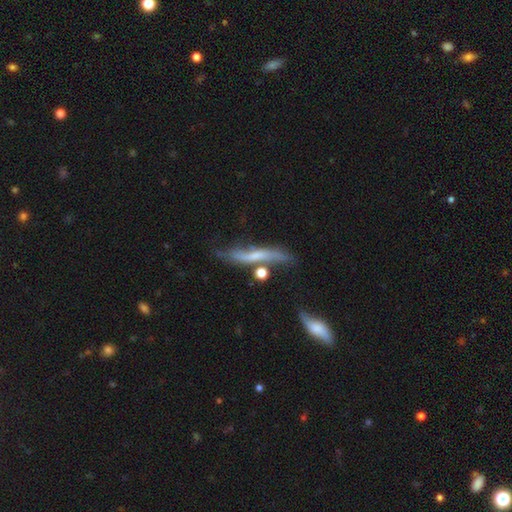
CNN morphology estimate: A featured or disk galaxy (59%) viewed edge-on (66%).

Vote fractions:
- Smooth or featured? featured or disk: 59% / smooth: 32% / star or artifact: 9%
- Edge-on disk? yes: 66% / no: 34%
- Merging? none: 51% / minor disturbance: 25% / merger: 12% / major disturbance: 11%